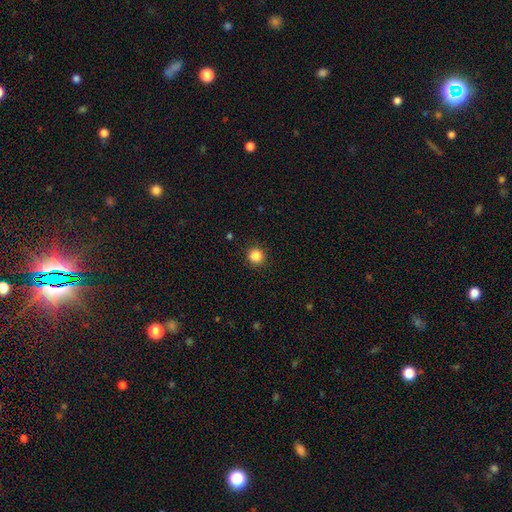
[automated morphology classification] This appears to be a smooth galaxy with no disk features (86%) that is round (91%). Merging: none (89%).